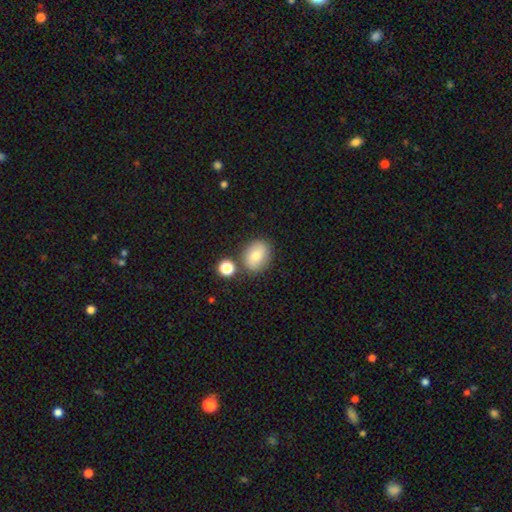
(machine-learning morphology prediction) smooth 76%, featured or disk 14%, star or artifact 10%. Down the decision tree: how rounded — in between (56%); merging — none (77%).